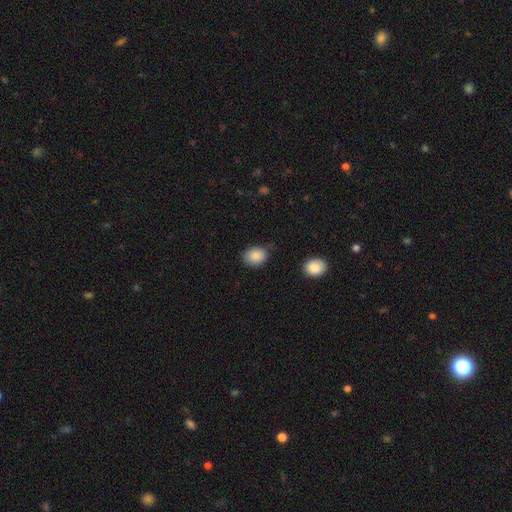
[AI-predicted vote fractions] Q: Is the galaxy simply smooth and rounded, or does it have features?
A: smooth — 87%.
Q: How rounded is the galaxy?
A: in between — 62%.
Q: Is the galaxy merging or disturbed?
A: none — 71%.